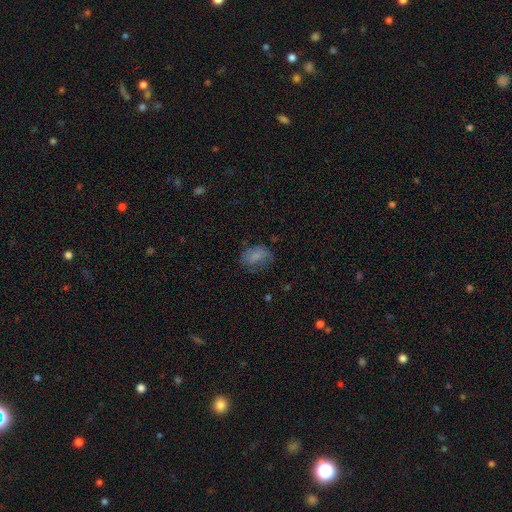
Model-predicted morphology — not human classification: This appears to be a smooth galaxy with no disk features (71%) that is in between round and cigar-shaped (79%). Merging: none (56%).